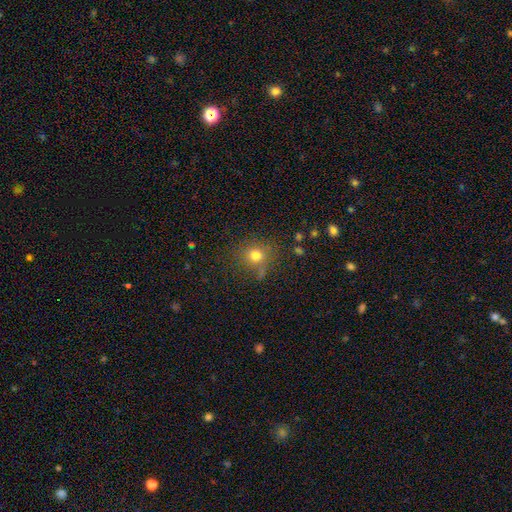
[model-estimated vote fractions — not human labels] This appears to be a smooth galaxy with no disk features (76%) that is round (82%). Merging: none (70%).